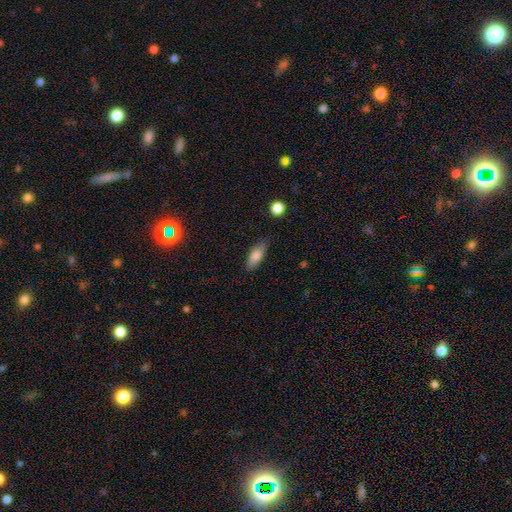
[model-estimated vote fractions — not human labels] This appears to be a smooth galaxy with no disk features (80%) that is in between round and cigar-shaped (74%). Merging: none (80%).